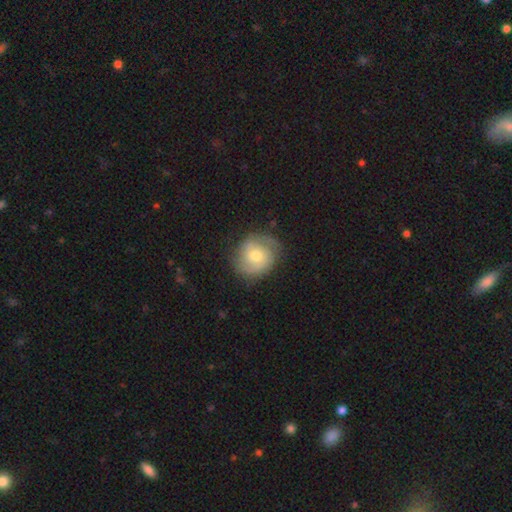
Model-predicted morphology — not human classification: type=featured or disk (70%); edge-on=no (97%); bar=no (67%); spiral arms=yes (92%); winding=tight (48%); arm count=2 (64%); bulge=moderate (66%); merging=none (77%).